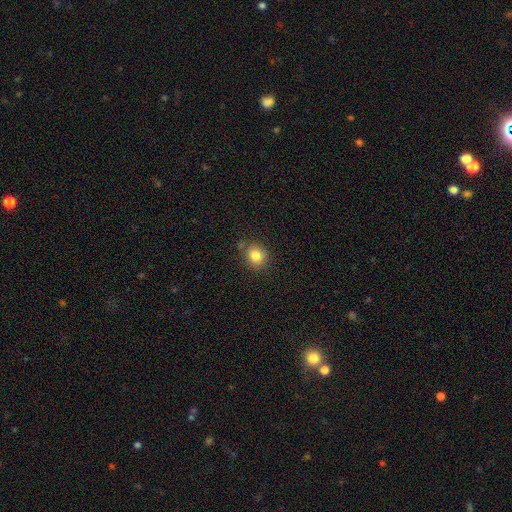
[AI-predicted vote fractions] Morphology: type=smooth (83%); roundness=round (72%); merging=none (79%).